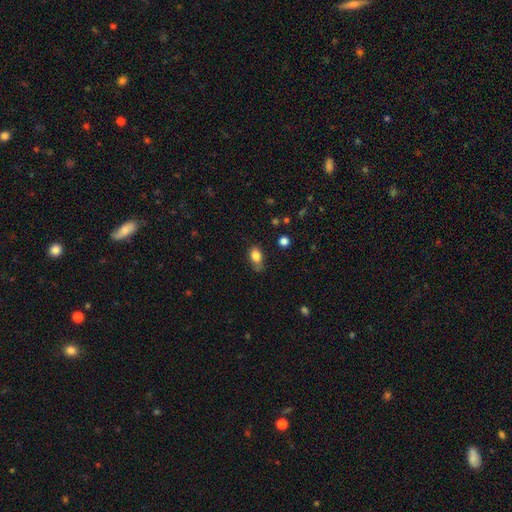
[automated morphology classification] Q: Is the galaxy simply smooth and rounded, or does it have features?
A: smooth — 82%.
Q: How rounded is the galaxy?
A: in between — 80%.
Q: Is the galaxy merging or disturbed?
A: none — 59%.